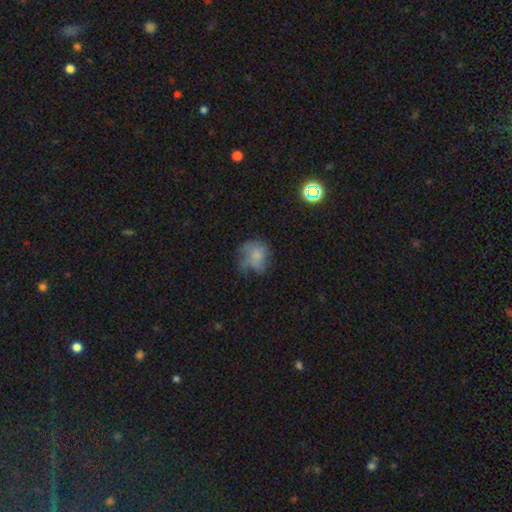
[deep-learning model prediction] A smooth galaxy with no disk features (57%) that is round (65%). Merging: none (41%).